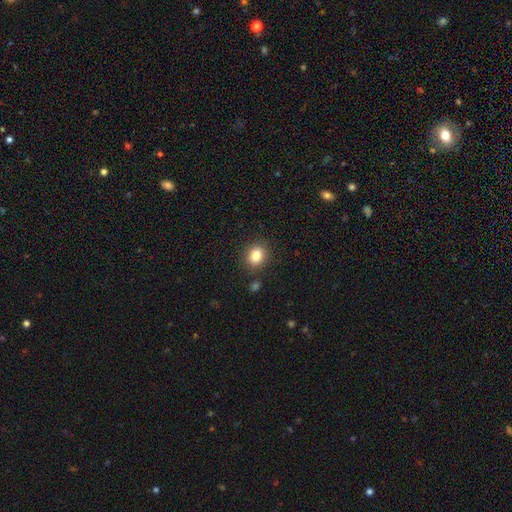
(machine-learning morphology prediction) Q: Smooth or featured?
A: smooth (83%); runner-up: star or artifact (11%)
Q: How rounded?
A: round (66%); runner-up: in between (34%)
Q: Merging?
A: none (86%); runner-up: minor disturbance (9%)